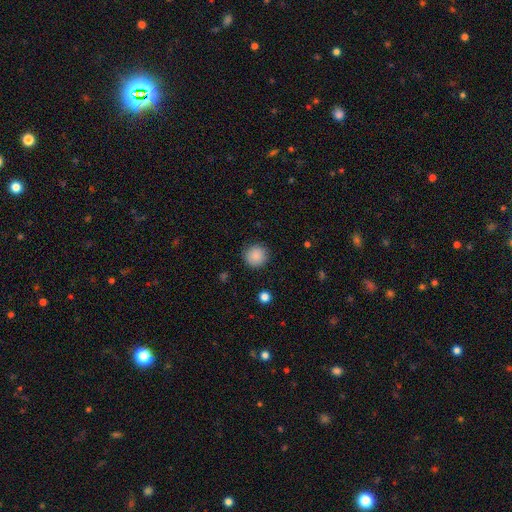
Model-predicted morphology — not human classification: Smooth or featured? Predicted: smooth (p=0.88). How rounded? Predicted: round (p=0.94). Merging? Predicted: none (p=0.89).